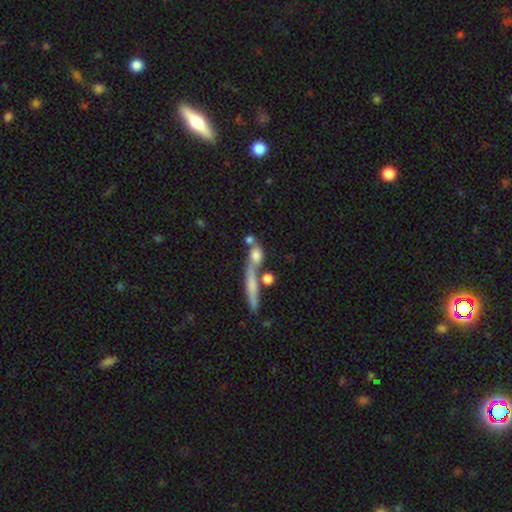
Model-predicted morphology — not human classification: Smooth or featured? smooth (68%)
How rounded? round (36%)
Merging? none (43%)